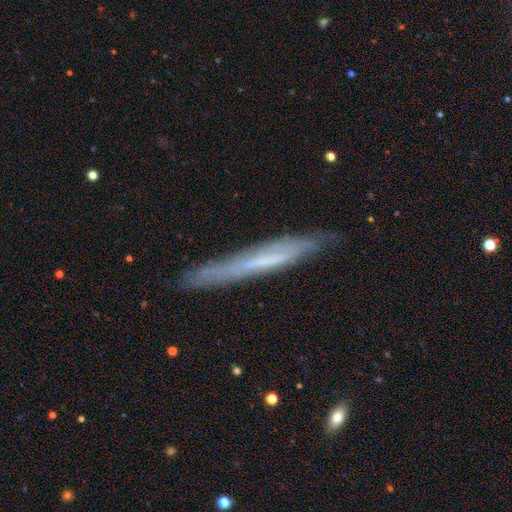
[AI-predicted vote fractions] A featured or disk galaxy (57%) viewed edge-on (86%).

Vote fractions:
- Smooth or featured? featured or disk: 57% / smooth: 34% / star or artifact: 9%
- Edge-on disk? yes: 86% / no: 14%
- Merging? none: 81% / minor disturbance: 14% / major disturbance: 3% / merger: 2%